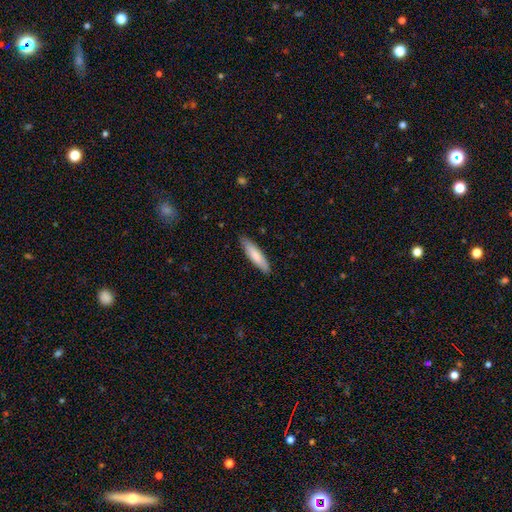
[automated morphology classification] A smooth galaxy with no disk features (78%) that is cigar-shaped (75%). Merging: none (87%).